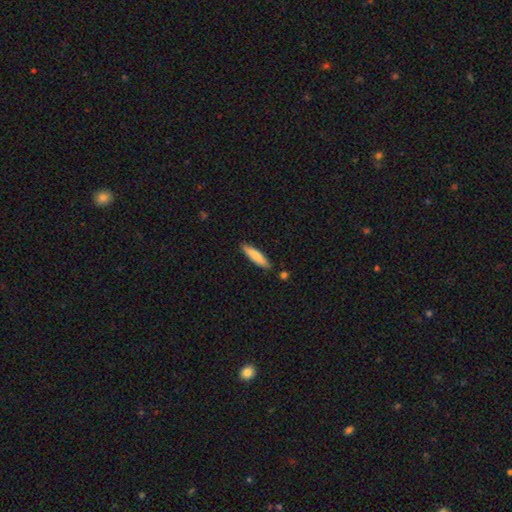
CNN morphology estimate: A smooth galaxy with no disk features (77%) that is cigar-shaped (77%). Merging: none (86%).